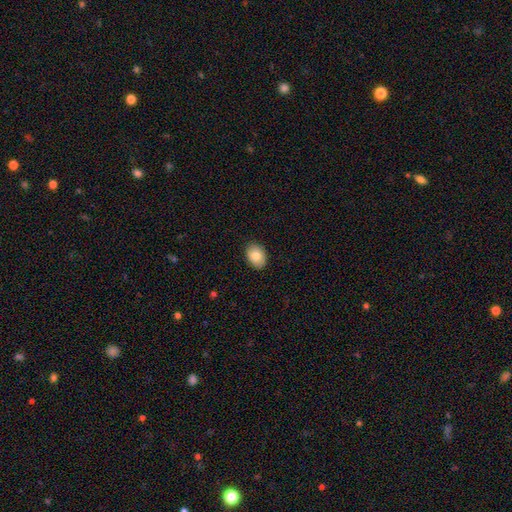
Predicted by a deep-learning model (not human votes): This appears to be a smooth galaxy with no disk features (84%) that is in between round and cigar-shaped (73%). Merging: none (89%).